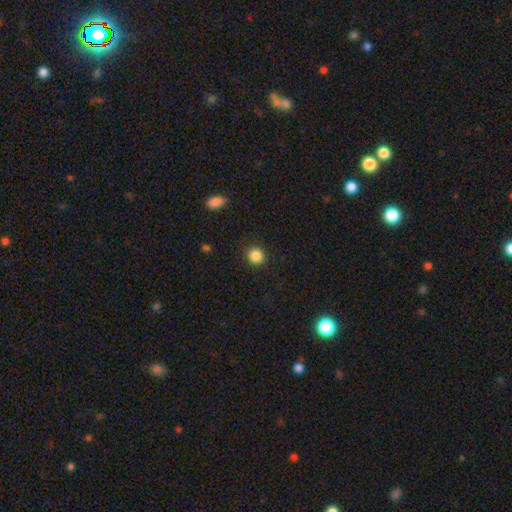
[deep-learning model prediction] This appears to be a smooth galaxy with no disk features (86%) that is round (89%). Merging: none (89%).